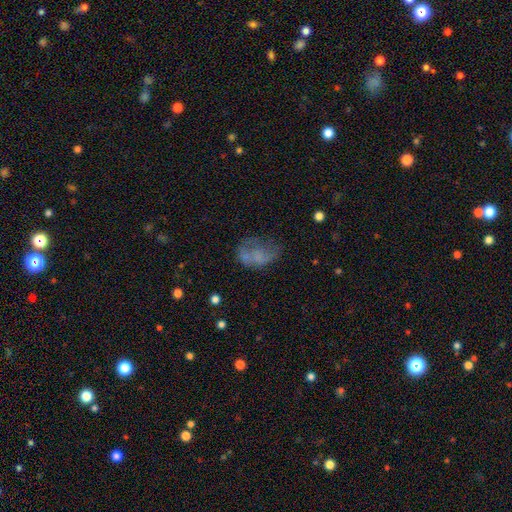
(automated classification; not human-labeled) The model was most divided on "merging": none: 35%, major disturbance: 32%, minor disturbance: 26%, merger: 8%. More confident: how rounded — in between (80%); smooth or featured — smooth (51%).